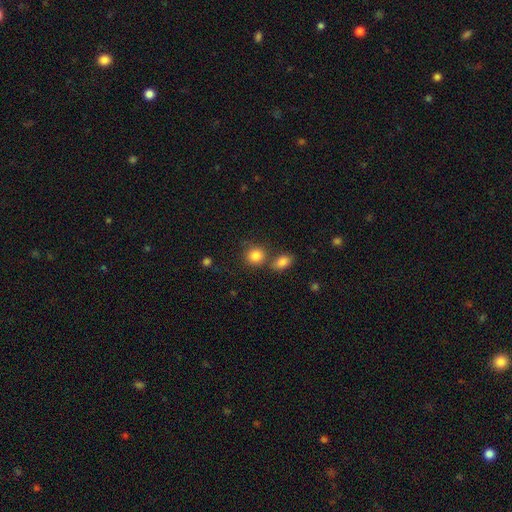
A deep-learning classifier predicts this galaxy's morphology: This is clearly a smooth galaxy (85%). How rounded: likely round (79%). Merging: likely none (62%).